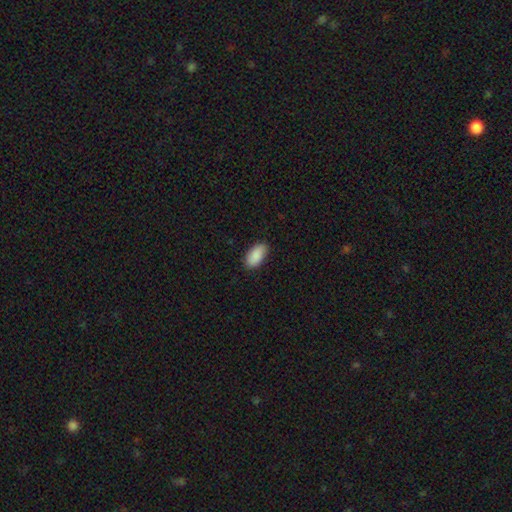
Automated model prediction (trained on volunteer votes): smooth_or_featured: smooth (p=0.89) [alt: star or artifact p=0.06]
how_rounded: in between (p=0.94) [alt: cigar-shaped p=0.04]
merging: none (p=0.85) [alt: minor disturbance p=0.12]